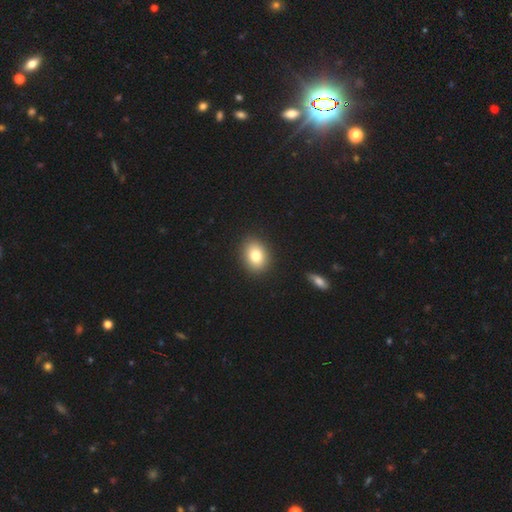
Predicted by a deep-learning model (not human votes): smooth-or-featured: smooth: 81% | star or artifact: 10% | featured or disk: 9%
  how-rounded: in between: 56% | round: 43% | cigar-shaped: 1%
  merging: none: 90% | minor disturbance: 7% | major disturbance: 2% | merger: 1%